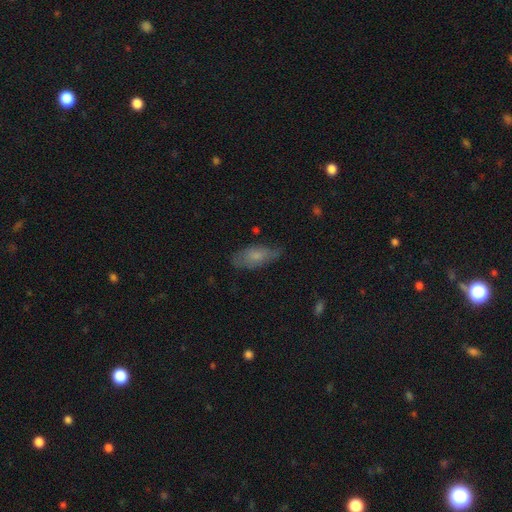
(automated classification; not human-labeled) A smooth galaxy with no disk features (67%) that is in between round and cigar-shaped (81%). Merging: none (64%).